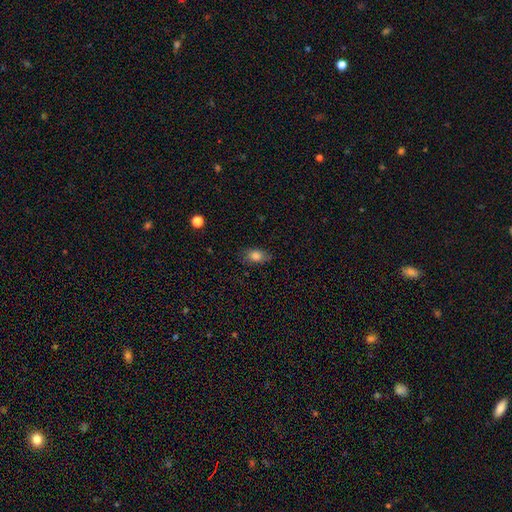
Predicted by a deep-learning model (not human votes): Smooth or featured?
  - smooth: 82% *
  - star or artifact: 10%
  - featured or disk: 9%
How rounded?
  - in between: 82% *
  - round: 14%
  - cigar-shaped: 3%
Merging?
  - none: 78% *
  - minor disturbance: 17%
  - major disturbance: 4%
  - merger: 1%